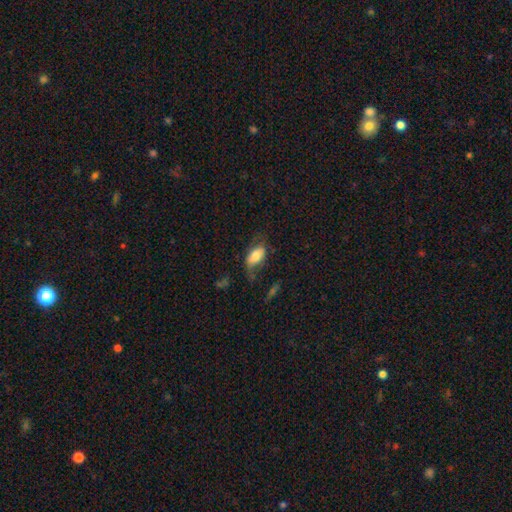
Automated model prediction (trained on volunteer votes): Smooth or featured? Predicted: smooth (p=0.71). How rounded? Predicted: in between (p=0.91). Merging? Predicted: none (p=0.47).